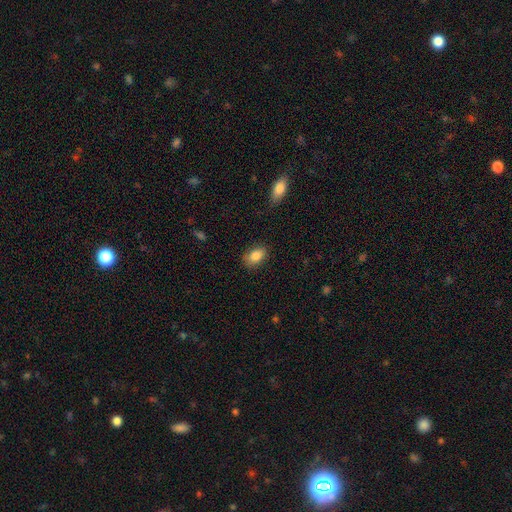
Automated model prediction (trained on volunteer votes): Morphology: type=smooth (85%); roundness=in between (86%); merging=none (82%).